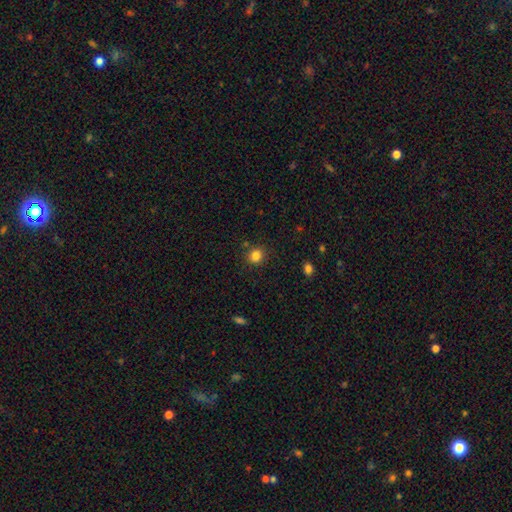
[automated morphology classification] smooth-or-featured: smooth: 84% | star or artifact: 12% | featured or disk: 4%
  how-rounded: round: 81% | in between: 19% | cigar-shaped: 1%
  merging: none: 85% | minor disturbance: 9% | merger: 3% | major disturbance: 3%